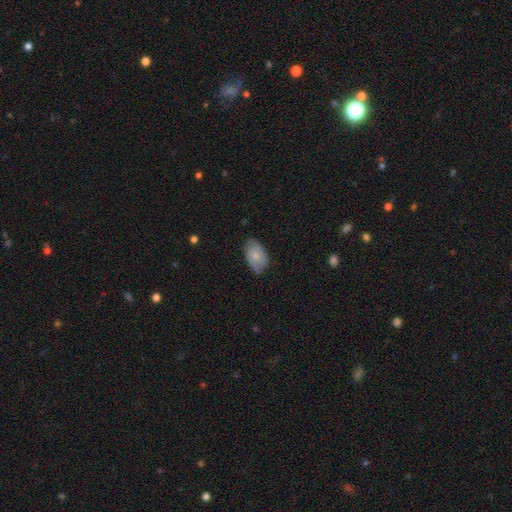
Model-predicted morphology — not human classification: Smooth or featured?
  - smooth: 71% *
  - featured or disk: 23%
  - star or artifact: 6%
How rounded?
  - in between: 91% *
  - round: 7%
  - cigar-shaped: 1%
Merging?
  - none: 70% *
  - minor disturbance: 25%
  - major disturbance: 4%
  - merger: 1%